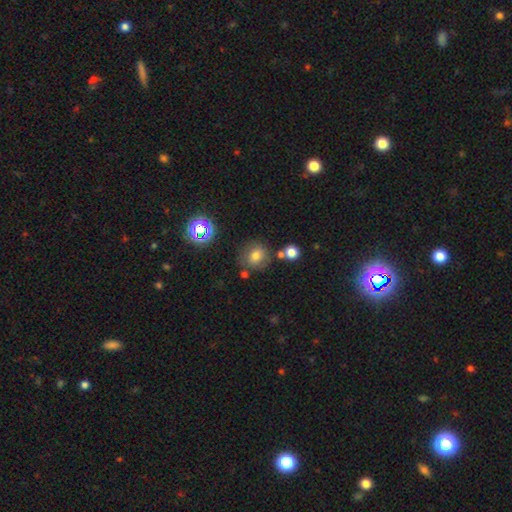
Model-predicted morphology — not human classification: smooth-or-featured: smooth: 71% | star or artifact: 18% | featured or disk: 11%
  how-rounded: round: 81% | in between: 18% | cigar-shaped: 1%
  merging: none: 70% | minor disturbance: 14% | merger: 11% | major disturbance: 5%